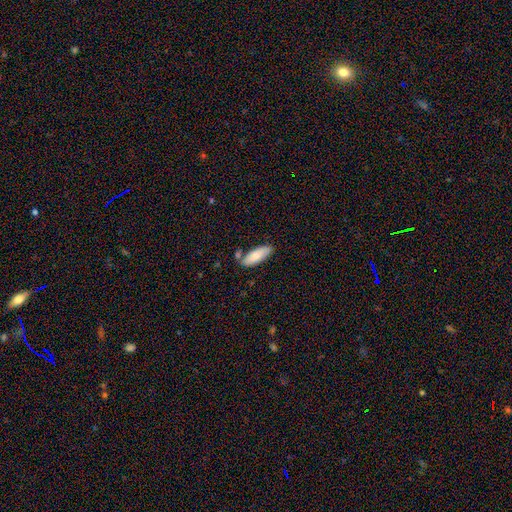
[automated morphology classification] The model was most divided on "how rounded": in between: 71%, cigar-shaped: 28%, round: 2%. More confident: smooth or featured — smooth (82%); merging — none (73%).